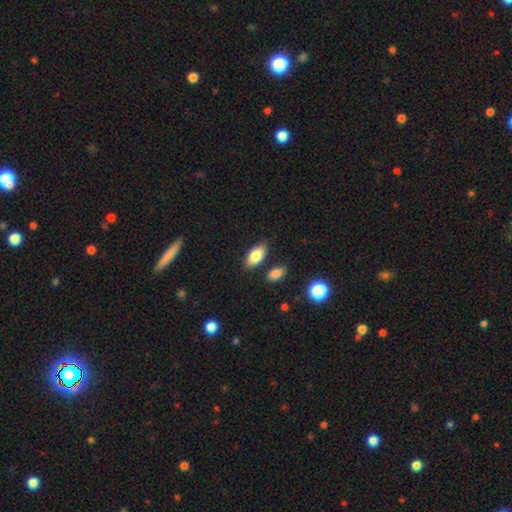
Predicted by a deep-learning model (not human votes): The model was most divided on "merging": none: 82%, minor disturbance: 11%, merger: 5%, major disturbance: 2%. More confident: how rounded — in between (91%); smooth or featured — smooth (83%).